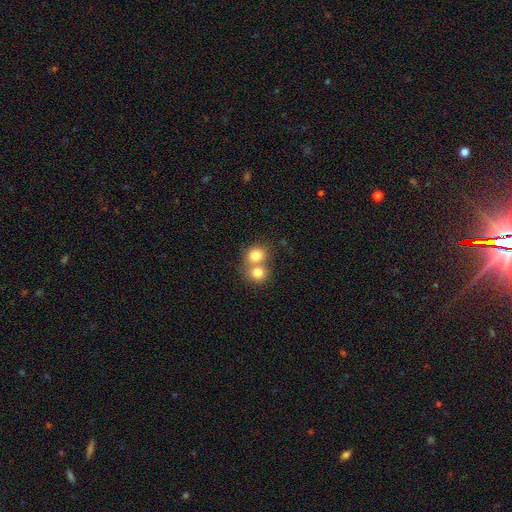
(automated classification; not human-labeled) Morphology: type=smooth (79%); roundness=round (74%); merging=merger (58%).